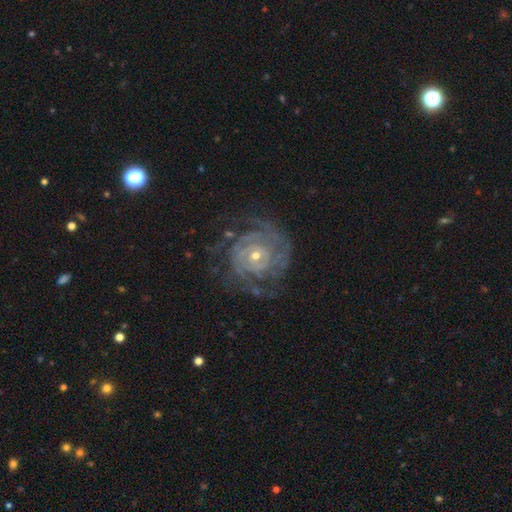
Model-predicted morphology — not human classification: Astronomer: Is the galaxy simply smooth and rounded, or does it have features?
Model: featured or disk — 88%.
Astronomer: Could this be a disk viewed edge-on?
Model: no — 97%.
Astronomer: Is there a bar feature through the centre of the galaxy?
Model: no — 72%.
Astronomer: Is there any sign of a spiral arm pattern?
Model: yes — 95%.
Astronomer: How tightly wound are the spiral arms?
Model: tight — 77%.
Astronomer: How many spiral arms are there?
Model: can't tell — 31% (runner-up: 2, 24%).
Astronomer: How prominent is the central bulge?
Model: small — 59% (runner-up: moderate, 38%).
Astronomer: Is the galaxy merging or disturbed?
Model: none — 69%.